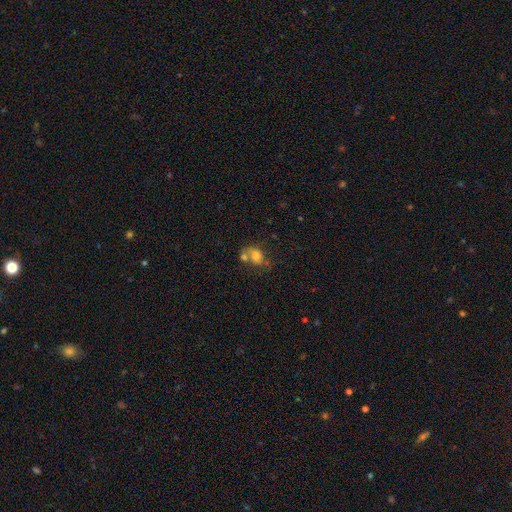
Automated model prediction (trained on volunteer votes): A smooth galaxy with no disk features (69%) that is in between round and cigar-shaped (60%).

Vote fractions:
- Smooth or featured? smooth: 69% / featured or disk: 19% / star or artifact: 12%
- How rounded? in between: 60% / round: 39% / cigar-shaped: 1%
- Merging? merger: 44% / none: 31% / minor disturbance: 15% / major disturbance: 10%